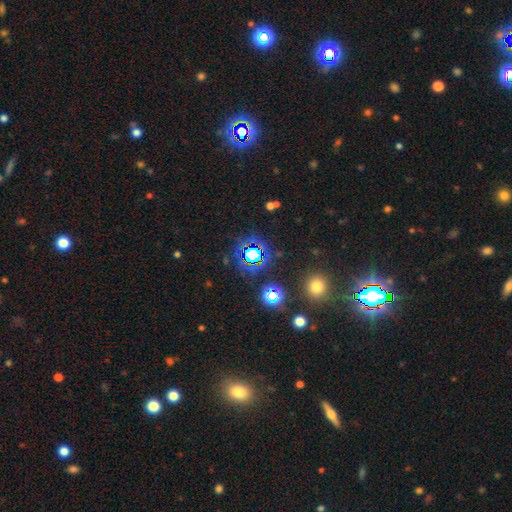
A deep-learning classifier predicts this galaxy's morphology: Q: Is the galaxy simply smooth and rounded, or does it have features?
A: star or artifact — 73%.